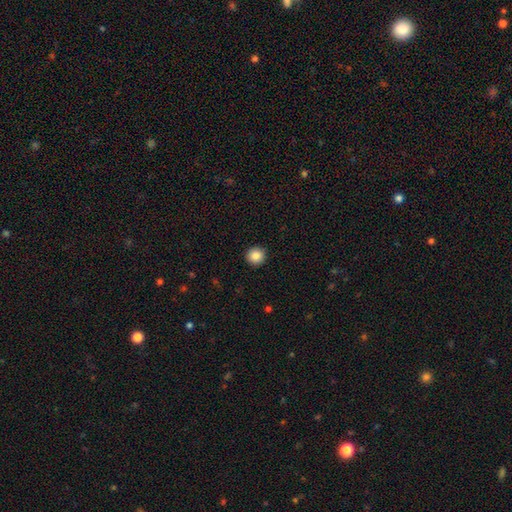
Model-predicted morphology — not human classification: smooth 86%, star or artifact 9%, featured or disk 5%. Down the decision tree: how rounded — round (95%); merging — none (93%).